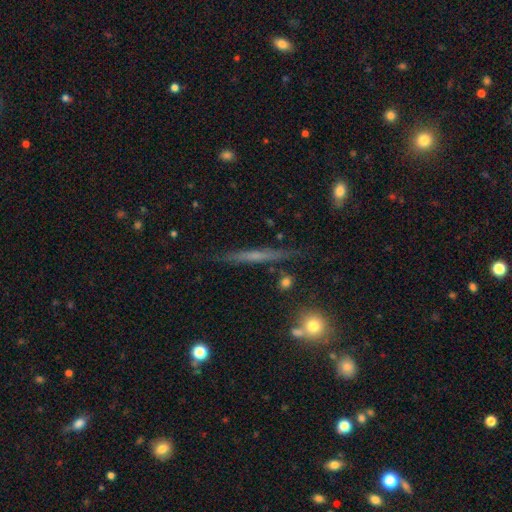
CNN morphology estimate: smooth_or_featured: featured or disk (p=0.56) [alt: smooth p=0.36]
disk_edge_on: yes (p=0.95) [alt: no p=0.05]
edge_on_bulge: none (p=0.70) [alt: rounded p=0.21]
merging: none (p=0.82) [alt: minor disturbance p=0.12]